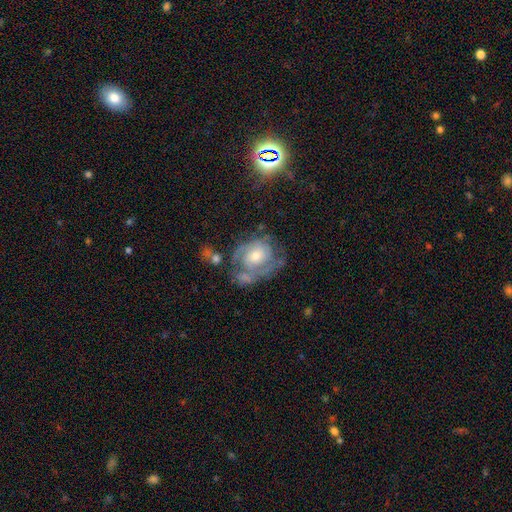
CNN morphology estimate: A featured or disk galaxy (80%) with no bar (68%), 2 (43%) tight (57%) spiral arms (91%) and a moderate central bulge (53%). Merging: none (52%).